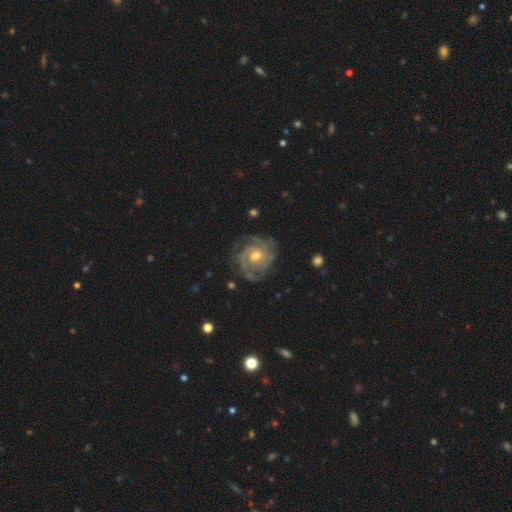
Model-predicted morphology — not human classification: Smooth or featured? Predicted: featured or disk (p=0.91). Edge-on disk? Predicted: no (p=0.98). Bar? Predicted: no (p=0.56). Spiral arms? Predicted: yes (p=0.98). Spiral winding? Predicted: tight (p=0.71). Spiral arm count? Predicted: 3 (p=0.39). Bulge size? Predicted: moderate (p=0.71). Merging? Predicted: none (p=0.77).